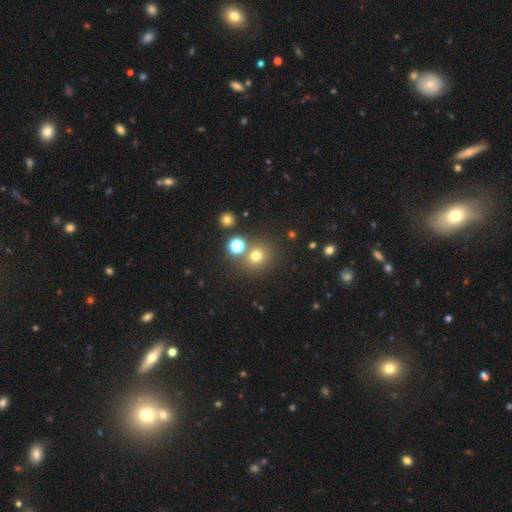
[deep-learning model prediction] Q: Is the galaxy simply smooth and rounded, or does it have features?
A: smooth — 70%.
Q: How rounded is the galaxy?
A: round — 85%.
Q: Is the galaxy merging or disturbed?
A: none — 75%.